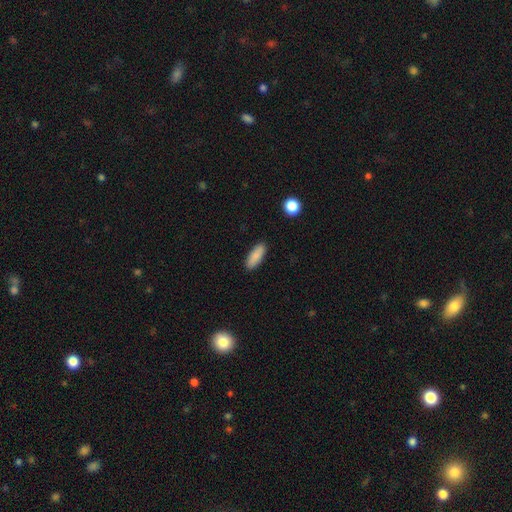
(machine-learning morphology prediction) The model was most divided on "how rounded": in between: 69%, cigar-shaped: 29%, round: 2%. More confident: merging — none (89%); smooth or featured — smooth (87%).